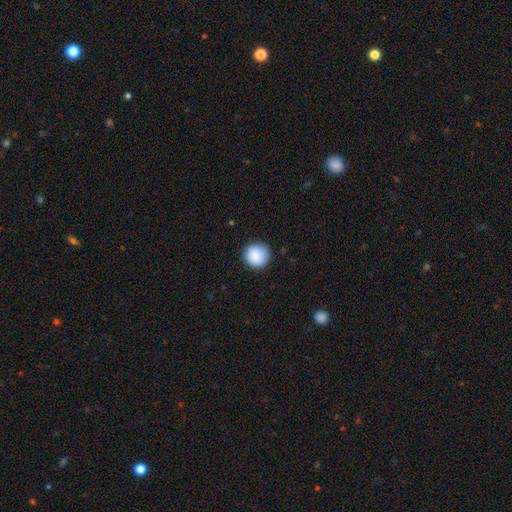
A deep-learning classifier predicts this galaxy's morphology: Smooth or featured? smooth (88%)
How rounded? round (93%)
Merging? none (87%)